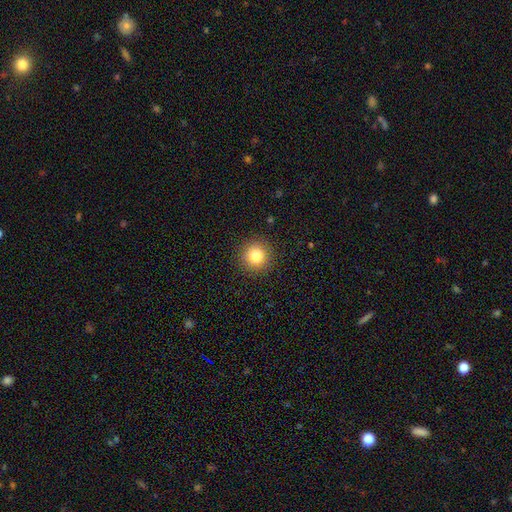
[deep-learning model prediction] smooth 83%, star or artifact 11%, featured or disk 6%. Down the decision tree: how rounded — round (94%); merging — none (90%).